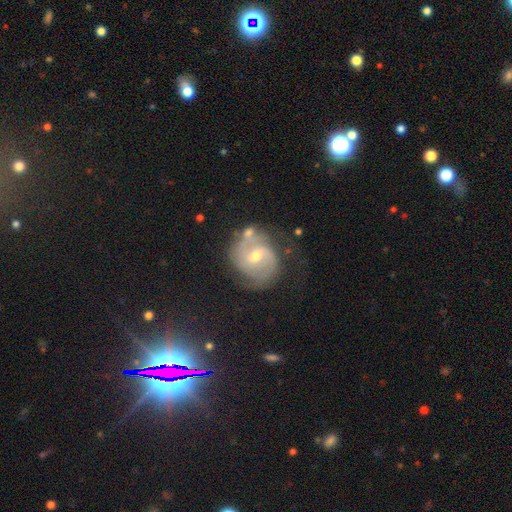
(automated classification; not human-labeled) This appears to be a featured or disk galaxy (82%) with a weak bar (52%), 2 (74%) medium (44%) spiral arms (93%) and a moderate central bulge (54%). Merging: none (64%).